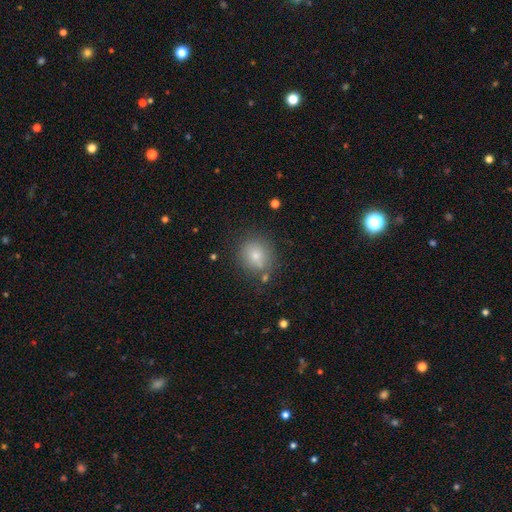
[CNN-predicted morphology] The model was most divided on "merging": none: 74%, minor disturbance: 15%, merger: 7%, major disturbance: 5%. More confident: how rounded — round (81%); smooth or featured — smooth (77%).